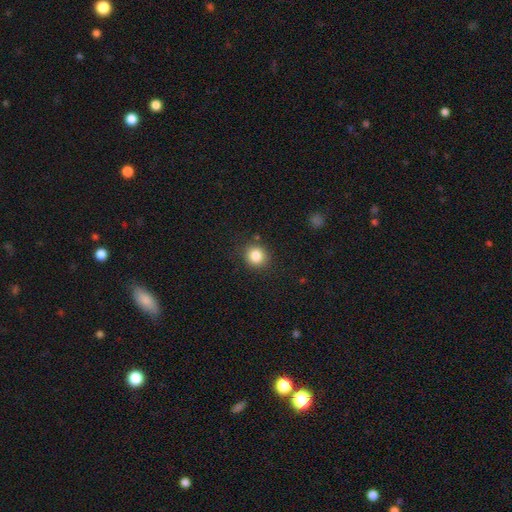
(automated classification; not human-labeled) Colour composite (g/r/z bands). It shows a smooth galaxy with no disk features (84%) that is round (87%). Merging: none (87%).